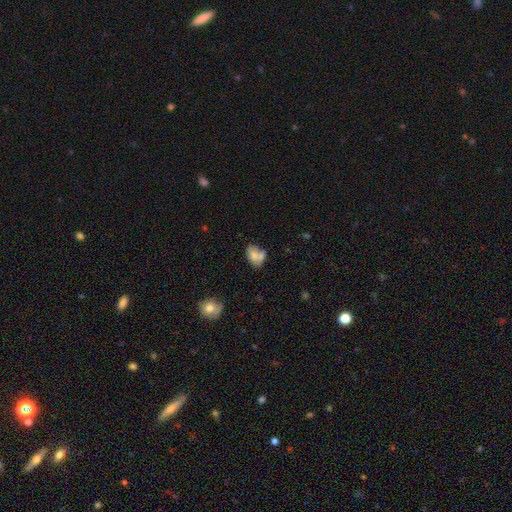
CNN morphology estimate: Smooth or featured? smooth (70%)
How rounded? in between (79%)
Merging? none (39%)